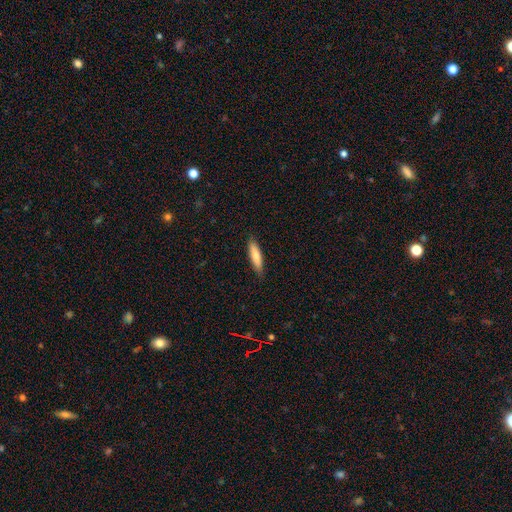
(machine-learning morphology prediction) Smooth or featured: smooth — 75% (featured or disk — 19%)
How rounded: cigar-shaped — 72% (in between — 26%)
Merging: none — 87% (minor disturbance — 11%)